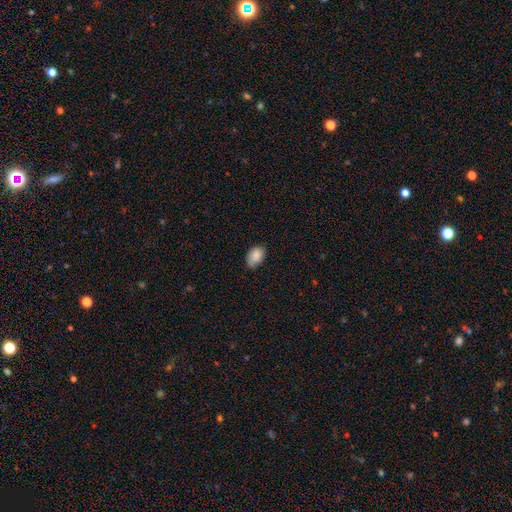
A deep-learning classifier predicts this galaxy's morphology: smooth-or-featured: smooth: 87% | star or artifact: 8% | featured or disk: 6%
  how-rounded: in between: 85% | round: 13% | cigar-shaped: 1%
  merging: none: 67% | minor disturbance: 28% | major disturbance: 4% | merger: 1%